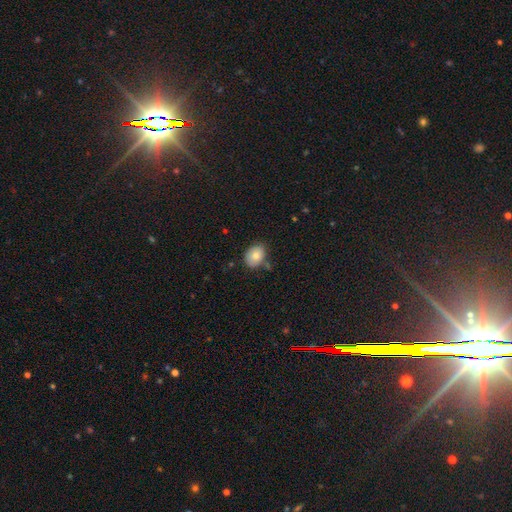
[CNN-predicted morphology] Overall: smooth (76%). How rounded: in between (69%; round 30%). Merging: none (71%).